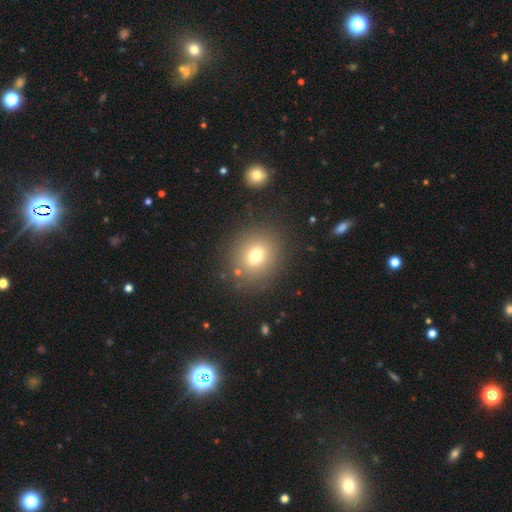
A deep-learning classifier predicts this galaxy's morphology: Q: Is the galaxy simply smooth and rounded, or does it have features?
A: smooth — 73%.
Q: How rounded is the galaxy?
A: round — 75%.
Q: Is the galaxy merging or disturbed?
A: none — 84%.